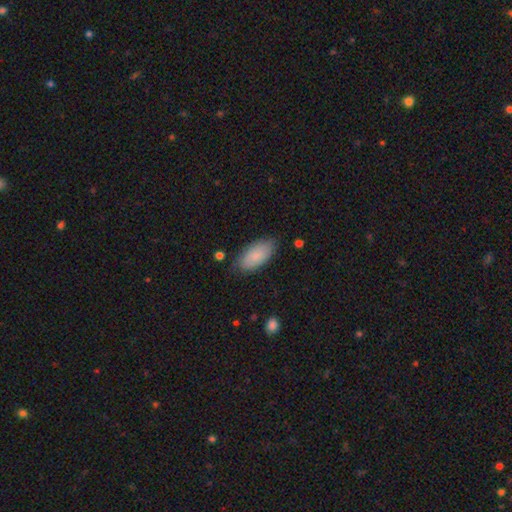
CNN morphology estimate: This is clearly a smooth galaxy (83%). How rounded: clearly in between (92%). Merging: likely none (79%).